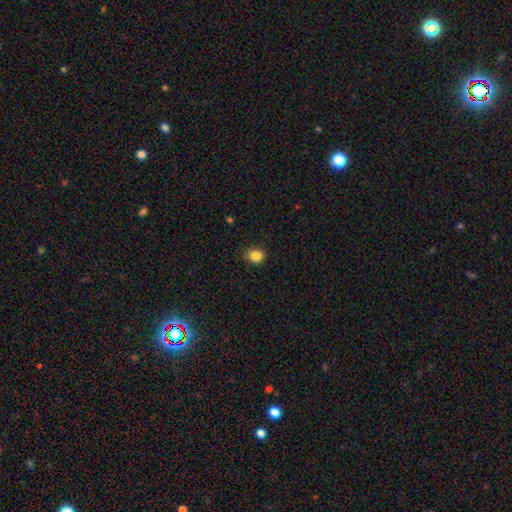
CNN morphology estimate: Overall: smooth (84%). How rounded: round (77%). Merging: none (82%).